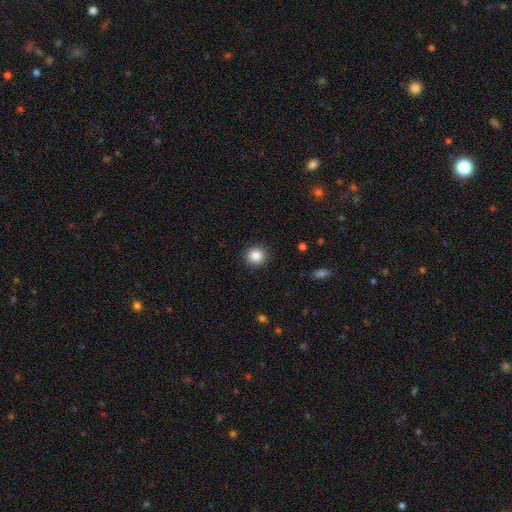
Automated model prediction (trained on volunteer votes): Smooth or featured: smooth — 86% (star or artifact — 10%)
How rounded: round — 92% (in between — 7%)
Merging: none — 91% (minor disturbance — 6%)